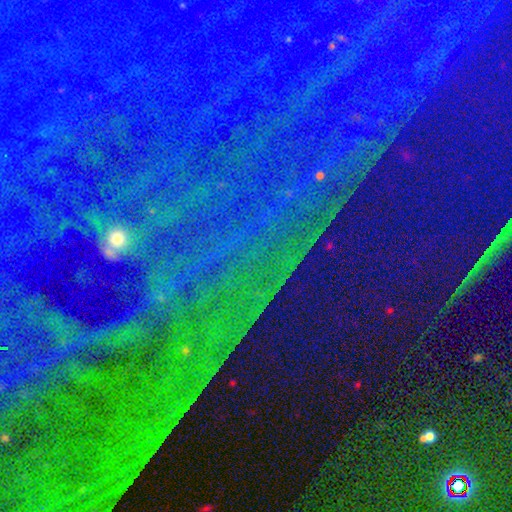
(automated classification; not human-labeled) A star or artifact, not a galaxy (87%).